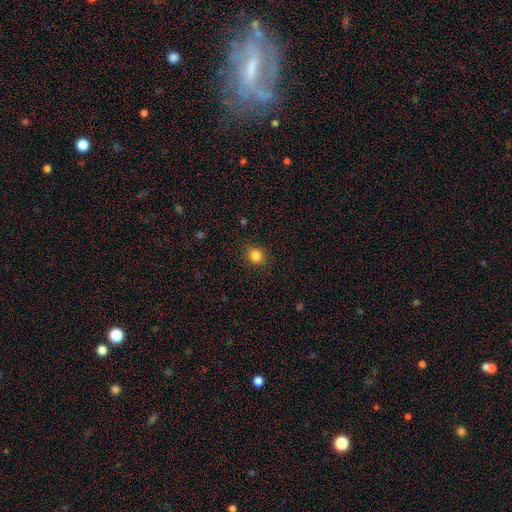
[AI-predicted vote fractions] smooth_or_featured: smooth (p=0.84) [alt: star or artifact p=0.11]
how_rounded: round (p=0.86) [alt: in between p=0.13]
merging: none (p=0.89) [alt: minor disturbance p=0.07]